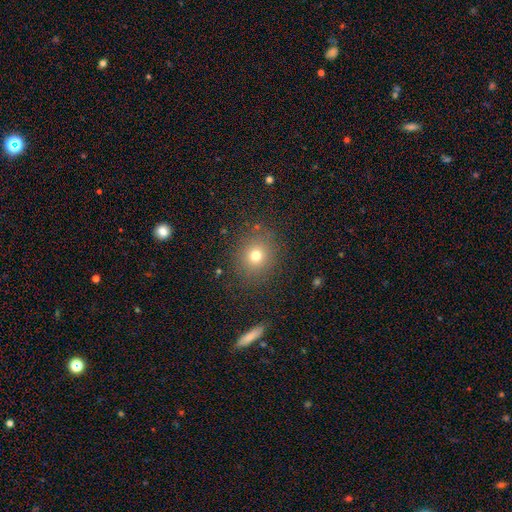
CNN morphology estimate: Smooth or featured: smooth — 73% (star or artifact — 17%)
How rounded: round — 81% (in between — 18%)
Merging: none — 86% (minor disturbance — 9%)